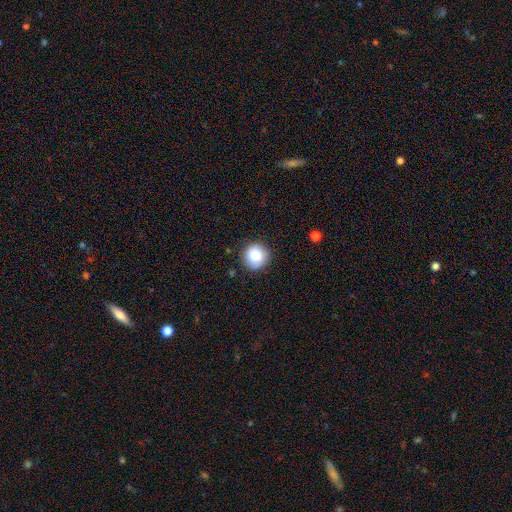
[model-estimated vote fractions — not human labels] This appears to be a smooth galaxy with no disk features (84%) that is round (93%). Merging: none (85%).